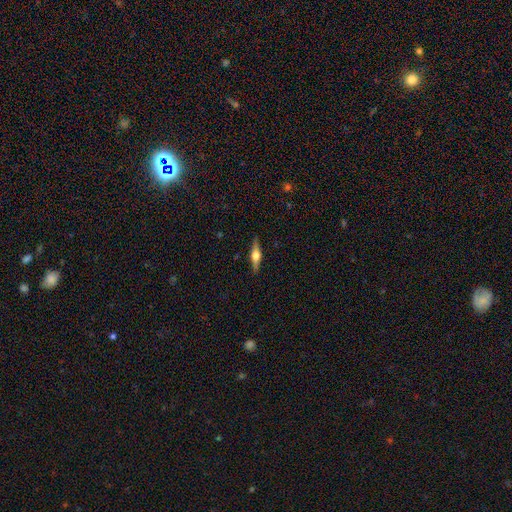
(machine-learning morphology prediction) This is likely a featured or disk galaxy (73%). It is clearly viewed edge-on (97%). Edge-on bulge: clearly rounded (93%). Merging: clearly none (90%).